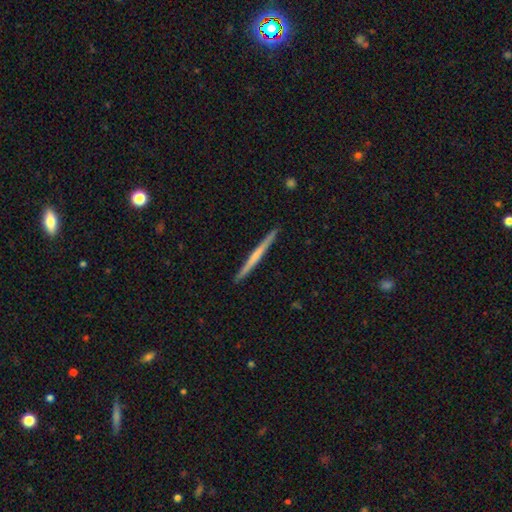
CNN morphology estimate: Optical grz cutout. It shows a featured or disk galaxy (54%) viewed edge-on (98%) with no central bulge (71%). Merging: none (92%).